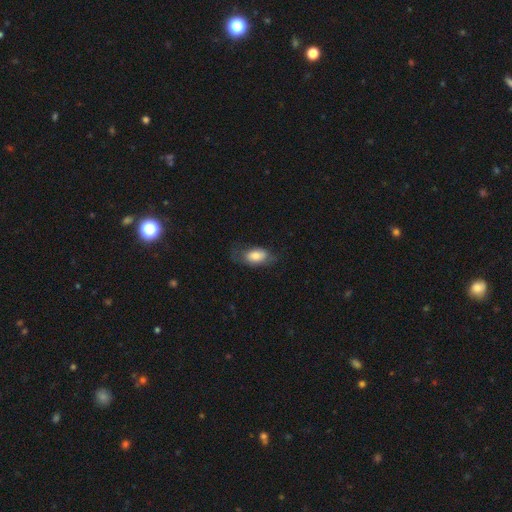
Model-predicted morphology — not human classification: Smooth or featured? Predicted: smooth (p=0.77). How rounded? Predicted: in between (p=0.90). Merging? Predicted: none (p=0.57).